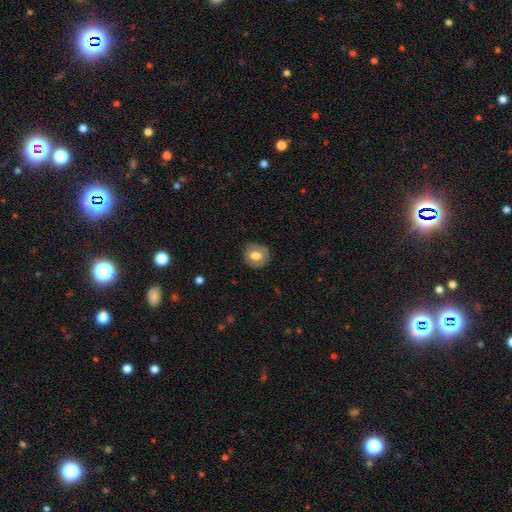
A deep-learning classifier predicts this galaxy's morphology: Smooth or featured?
  - smooth: 63% *
  - featured or disk: 30%
  - star or artifact: 8%
How rounded?
  - round: 70% *
  - in between: 29%
  - cigar-shaped: 1%
Merging?
  - none: 79% *
  - minor disturbance: 16%
  - major disturbance: 5%
  - merger: 1%